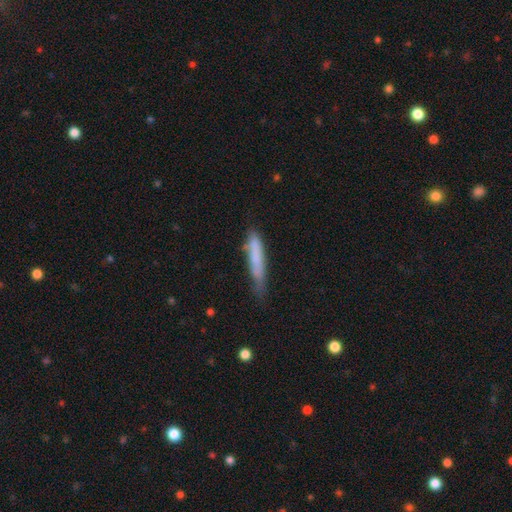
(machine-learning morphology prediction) type=smooth (71%); roundness=cigar-shaped (92%); merging=none (60%).